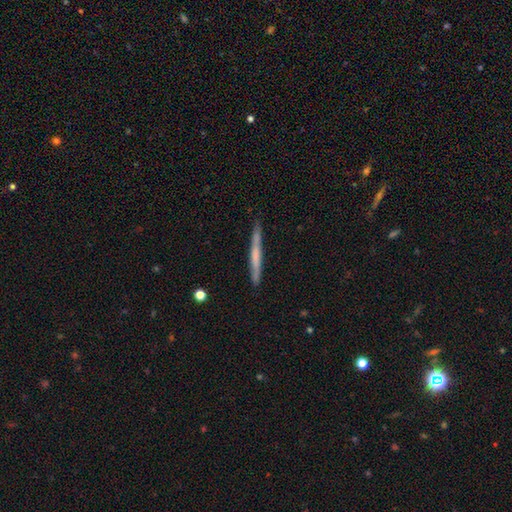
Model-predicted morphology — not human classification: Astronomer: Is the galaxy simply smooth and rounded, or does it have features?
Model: featured or disk — 48% (runner-up: smooth, 46%).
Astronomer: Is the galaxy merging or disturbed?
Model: none — 87%.